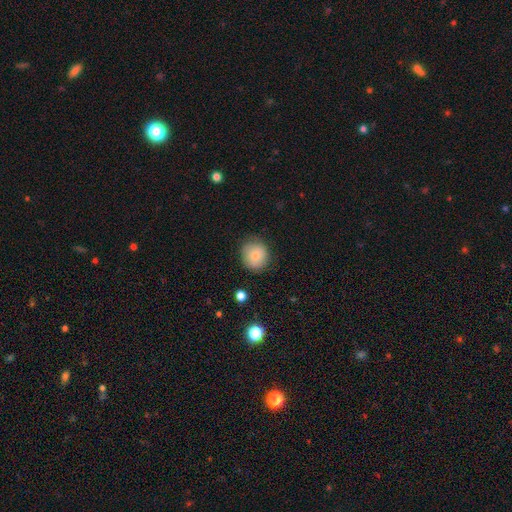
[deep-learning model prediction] Q: Smooth or featured?
A: smooth (79%); runner-up: featured or disk (12%)
Q: How rounded?
A: round (88%); runner-up: in between (11%)
Q: Merging?
A: none (84%); runner-up: minor disturbance (12%)